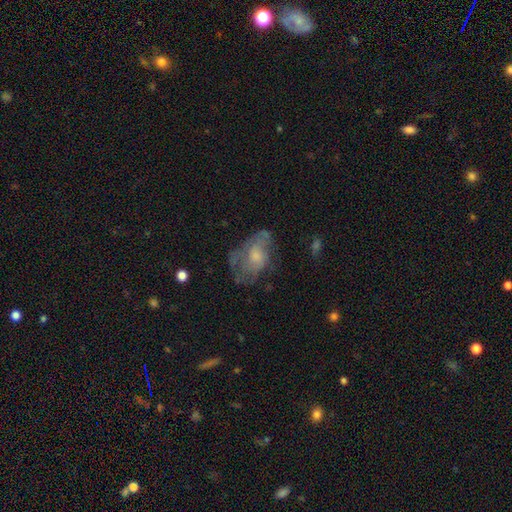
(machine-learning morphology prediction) type=featured or disk (51%); edge-on=no (95%); merging=none (43%).